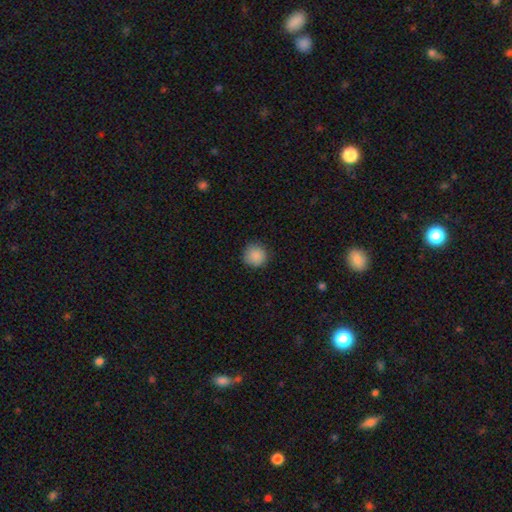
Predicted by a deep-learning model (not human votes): This appears to be a smooth galaxy with no disk features (89%) that is round (94%). Merging: none (89%).